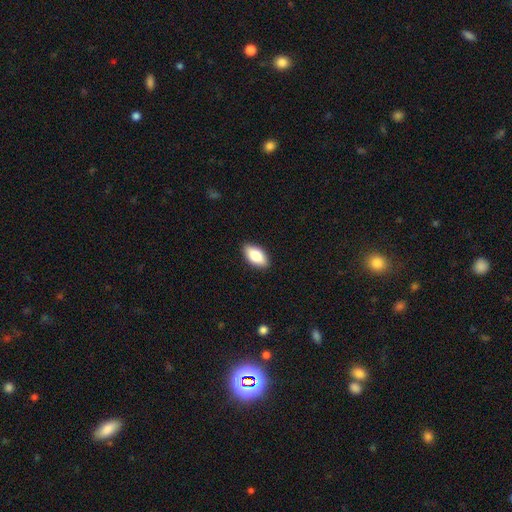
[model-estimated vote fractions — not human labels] Smooth or featured? smooth (80%)
How rounded? in between (90%)
Merging? none (89%)